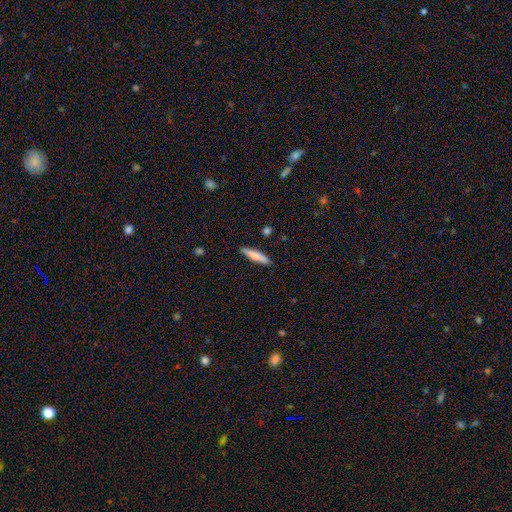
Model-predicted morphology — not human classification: This is likely a smooth galaxy (77%). How rounded: clearly cigar-shaped (84%). Merging: clearly none (88%).